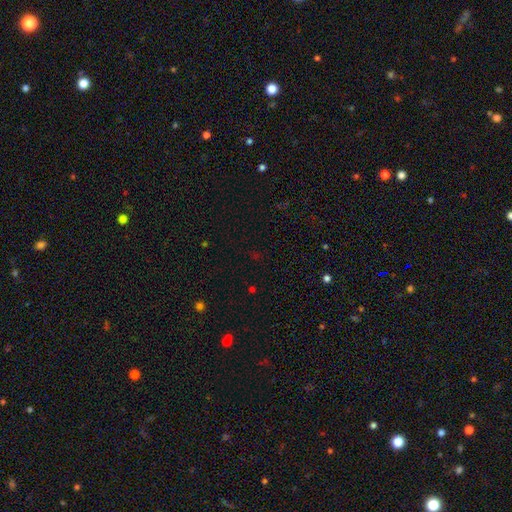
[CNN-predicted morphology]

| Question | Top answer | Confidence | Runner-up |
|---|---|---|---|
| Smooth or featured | star or artifact | 64% | smooth (29%) |